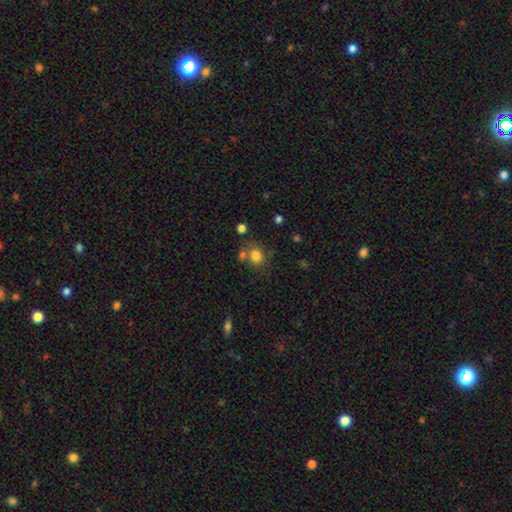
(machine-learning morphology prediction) This appears to be a smooth galaxy with no disk features (81%) that is round (70%). Merging: none (62%).